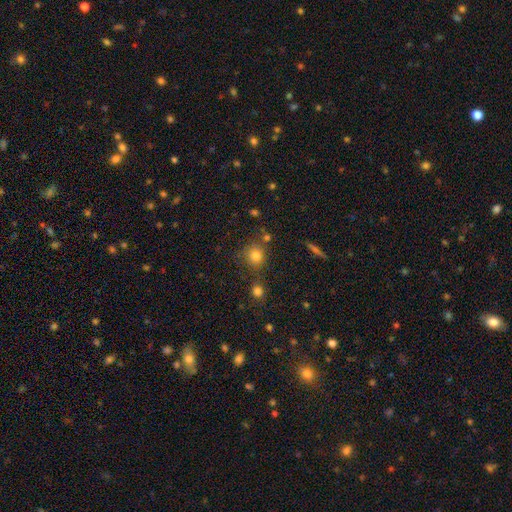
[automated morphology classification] smooth-or-featured: smooth: 79% | star or artifact: 14% | featured or disk: 7%
  how-rounded: round: 87% | in between: 12% | cigar-shaped: 1%
  merging: none: 71% | merger: 13% | minor disturbance: 12% | major disturbance: 5%